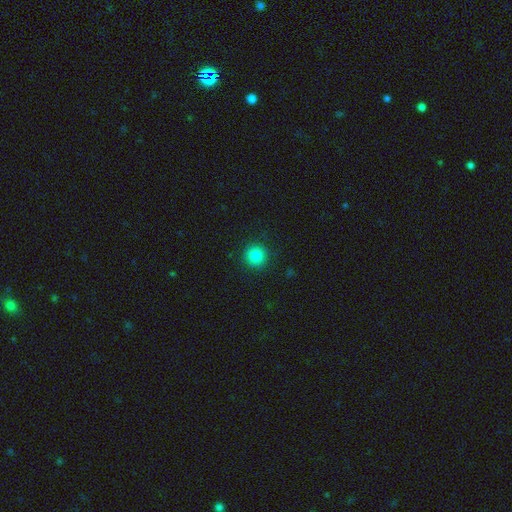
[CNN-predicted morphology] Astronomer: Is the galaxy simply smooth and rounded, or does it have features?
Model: smooth — 84%.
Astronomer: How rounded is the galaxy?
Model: round — 95%.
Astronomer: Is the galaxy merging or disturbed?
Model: none — 92%.